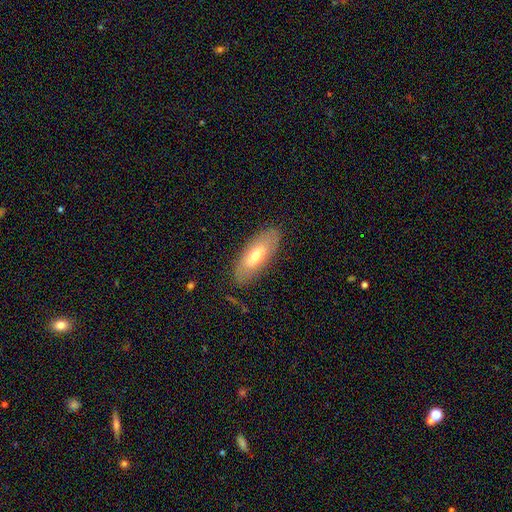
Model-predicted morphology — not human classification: Smooth or featured?
  - smooth: 59% *
  - featured or disk: 35%
  - star or artifact: 6%
How rounded?
  - in between: 76% *
  - cigar-shaped: 22%
  - round: 2%
Merging?
  - none: 83% *
  - minor disturbance: 12%
  - major disturbance: 3%
  - merger: 1%